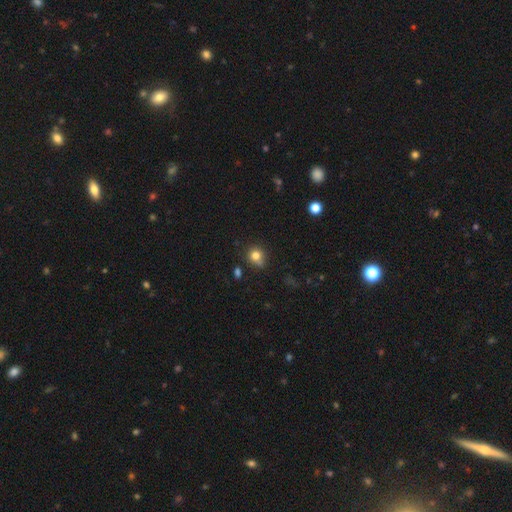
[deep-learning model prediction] Overall: smooth (79%). How rounded: round (79%). Merging: none (62%; minor disturbance 25%).